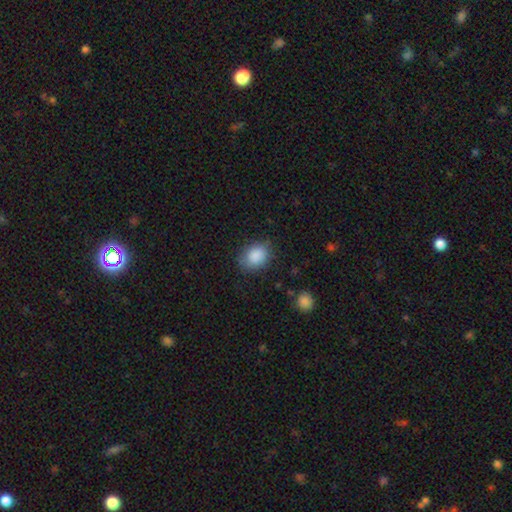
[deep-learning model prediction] Q: Smooth or featured?
A: smooth (88%); runner-up: star or artifact (8%)
Q: How rounded?
A: in between (58%); runner-up: round (42%)
Q: Merging?
A: none (78%); runner-up: minor disturbance (16%)